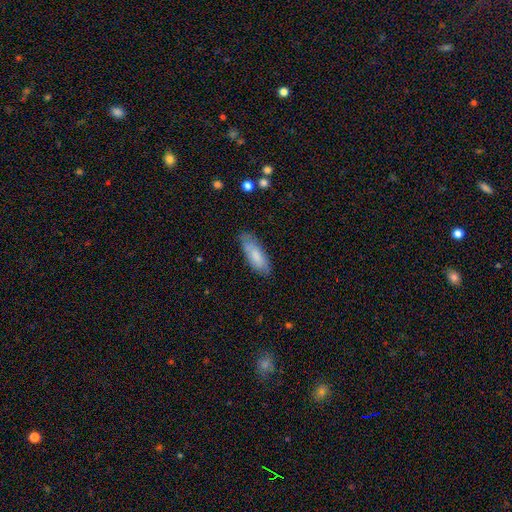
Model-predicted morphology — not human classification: This is likely a smooth galaxy (79%). How rounded: likely in between (64%). Merging: likely none (76%).